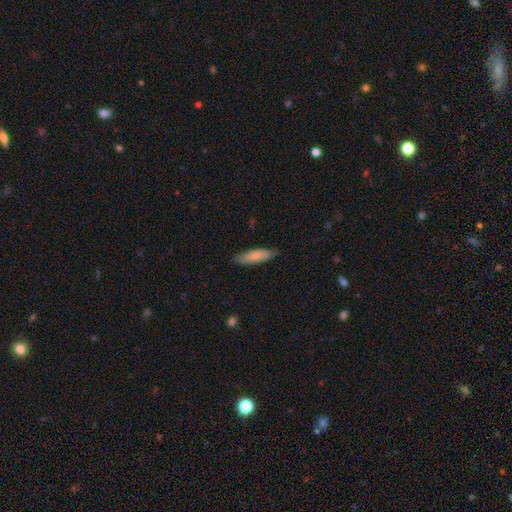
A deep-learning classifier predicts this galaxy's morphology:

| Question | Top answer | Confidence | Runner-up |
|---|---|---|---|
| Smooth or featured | smooth | 79% | featured or disk (16%) |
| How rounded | cigar-shaped | 57% | in between (41%) |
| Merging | none | 83% | minor disturbance (14%) |